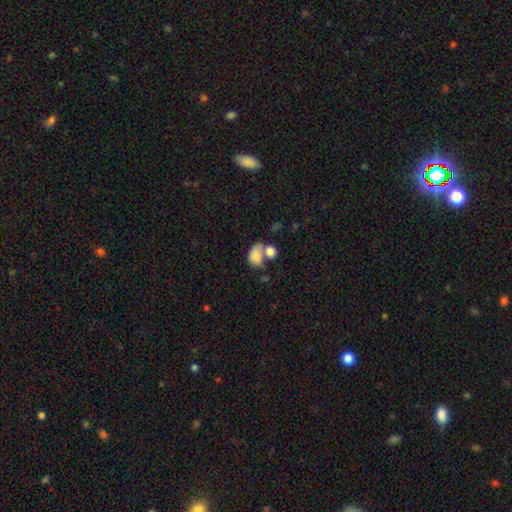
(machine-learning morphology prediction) Q: Smooth or featured?
A: smooth (79%); runner-up: featured or disk (12%)
Q: How rounded?
A: in between (79%); runner-up: round (20%)
Q: Merging?
A: merger (56%); runner-up: none (22%)